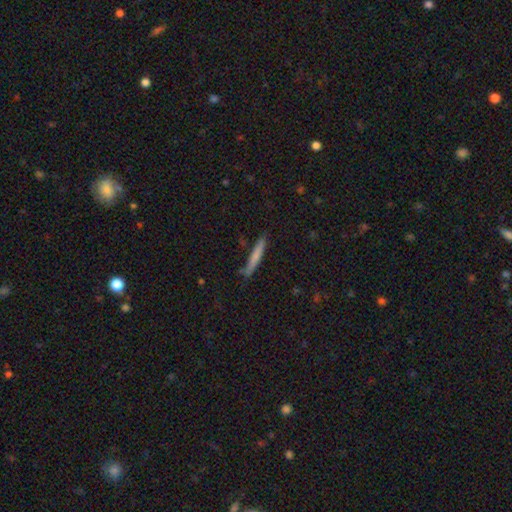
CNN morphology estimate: A smooth galaxy with no disk features (70%) that is cigar-shaped (95%).

Vote fractions:
- Smooth or featured? smooth: 70% / featured or disk: 24% / star or artifact: 6%
- How rounded? cigar-shaped: 95% / in between: 4% / round: 1%
- Merging? none: 80% / minor disturbance: 15% / merger: 3% / major disturbance: 3%